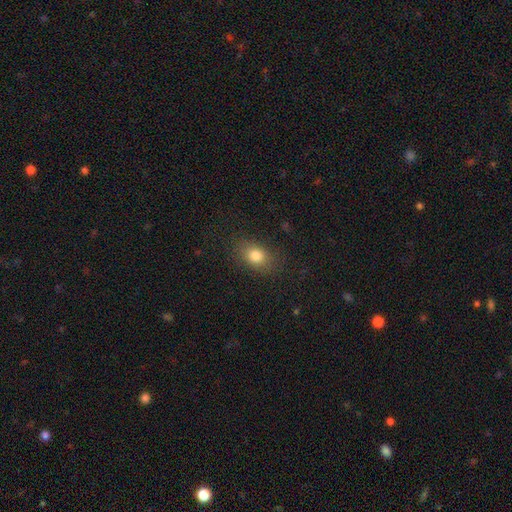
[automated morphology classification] Overall: smooth (80%). How rounded: in between (67%; round 31%). Merging: none (81%).